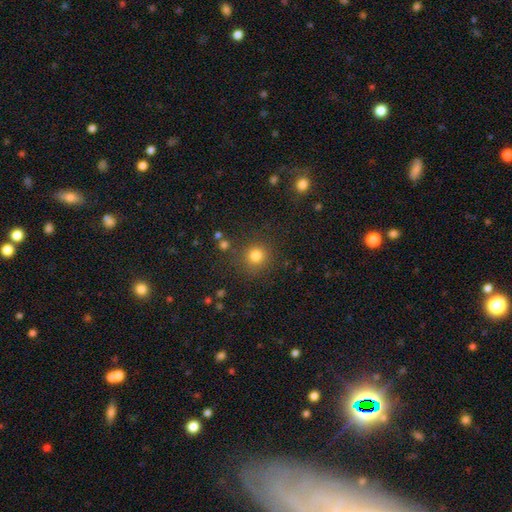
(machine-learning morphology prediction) Smooth or featured: smooth — 81% (star or artifact — 14%)
How rounded: round — 92% (in between — 7%)
Merging: none — 84% (minor disturbance — 9%)